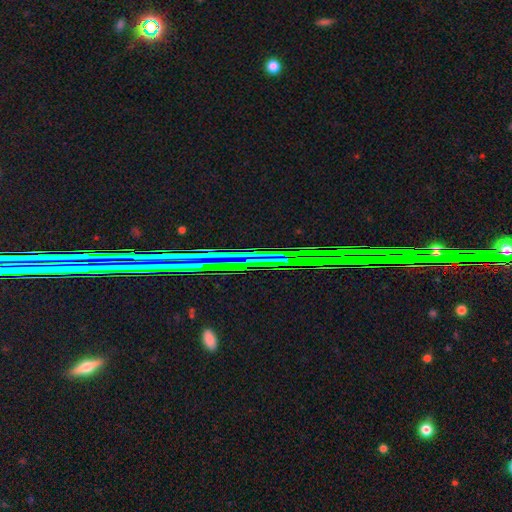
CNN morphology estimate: Smooth or featured? star or artifact (80%)